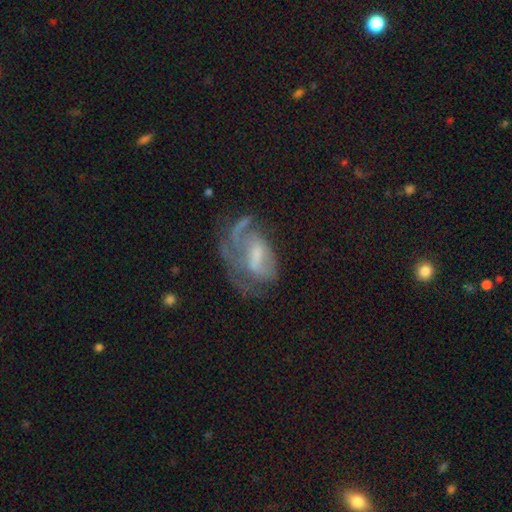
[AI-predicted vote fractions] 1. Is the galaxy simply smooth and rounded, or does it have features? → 70% featured or disk, 21% smooth, 9% star or artifact.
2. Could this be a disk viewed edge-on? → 96% no, 4% yes.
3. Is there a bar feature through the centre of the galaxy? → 44% weak, 41% no, 15% strong.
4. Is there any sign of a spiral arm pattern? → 72% yes, 28% no.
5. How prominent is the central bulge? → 40% small, 34% moderate, 19% none, 5% large, 1% dominant.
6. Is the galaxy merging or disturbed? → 42% major disturbance, 32% none, 20% minor disturbance, 5% merger.